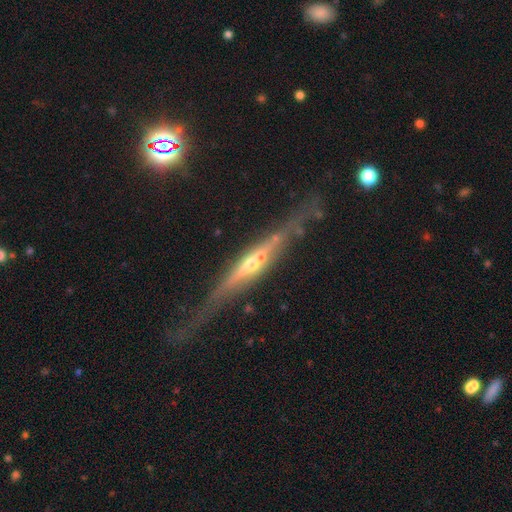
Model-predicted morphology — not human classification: Smooth or featured: featured or disk — 83% (smooth — 11%)
Edge-on disk: yes — 93% (no — 7%)
Edge-on bulge: rounded — 68% (none — 23%)
Merging: none — 74% (minor disturbance — 18%)